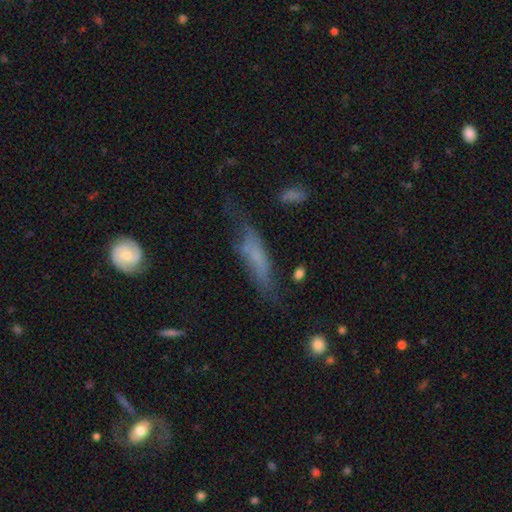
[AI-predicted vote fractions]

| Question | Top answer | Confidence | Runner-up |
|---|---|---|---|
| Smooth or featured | smooth | 48% | featured or disk (41%) |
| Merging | none | 48% | minor disturbance (29%) |